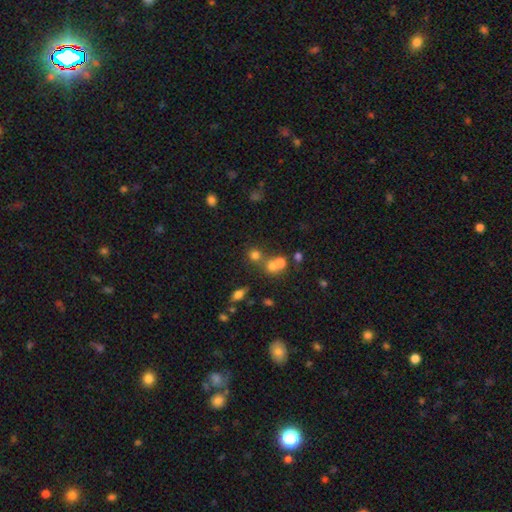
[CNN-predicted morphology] Q: Smooth or featured?
A: smooth (58%); runner-up: star or artifact (27%)
Q: How rounded?
A: round (82%); runner-up: in between (16%)
Q: Merging?
A: none (50%); runner-up: merger (38%)